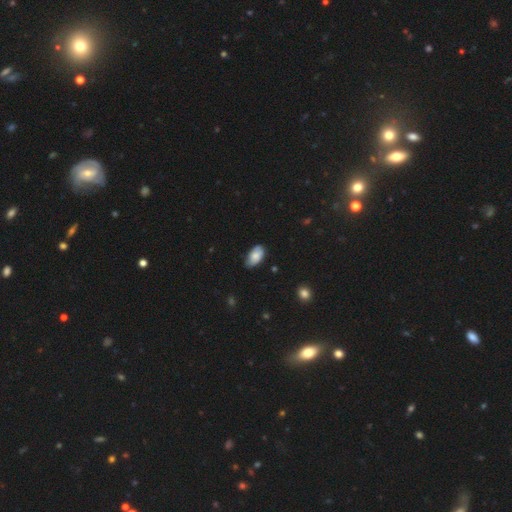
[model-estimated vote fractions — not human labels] Smooth or featured? Predicted: smooth (p=0.77). How rounded? Predicted: in between (p=0.94). Merging? Predicted: none (p=0.68).